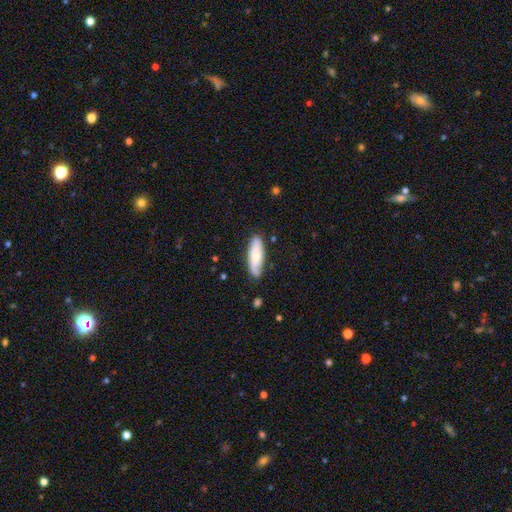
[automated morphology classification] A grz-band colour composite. It shows a smooth galaxy with no disk features (65%) that is in between round and cigar-shaped (63%). Merging: none (79%).